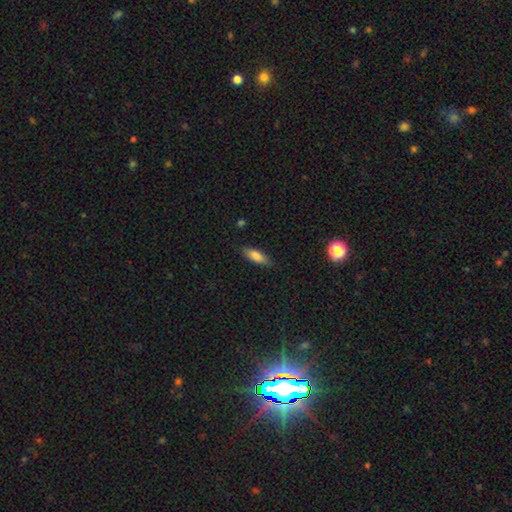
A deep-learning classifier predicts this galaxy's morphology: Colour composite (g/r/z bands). It shows a smooth galaxy with no disk features (79%) that is in between round and cigar-shaped (59%). Merging: none (84%).